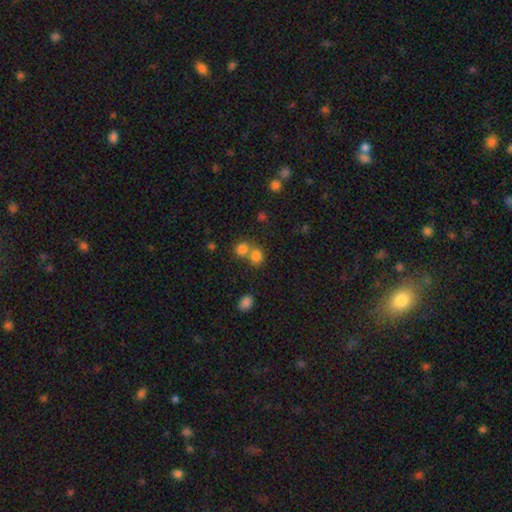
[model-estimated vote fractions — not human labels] Smooth or featured? Predicted: smooth (p=0.77). How rounded? Predicted: round (p=0.76). Merging? Predicted: merger (p=0.47).